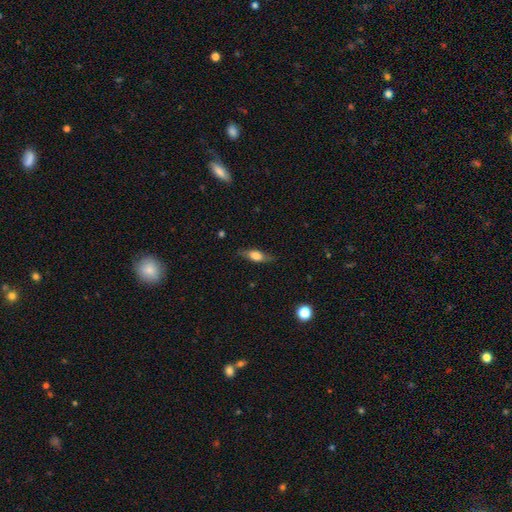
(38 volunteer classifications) Smooth or featured? 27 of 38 (71%) said smooth. How rounded? 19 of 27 (70%) said in between. Merging? 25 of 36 (69%) said none.